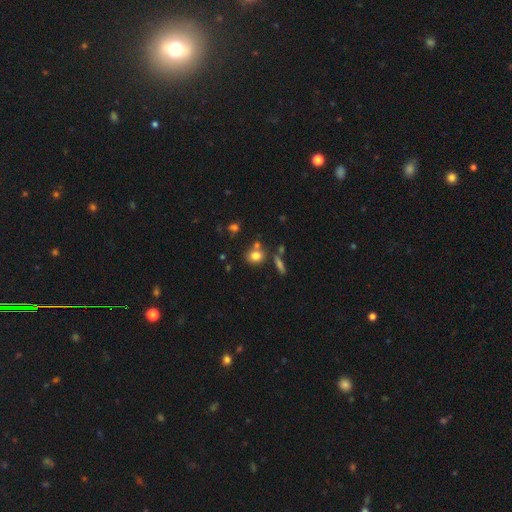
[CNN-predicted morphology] This is likely a smooth galaxy (77%). How rounded: possibly round (60%). Merging: likely none (64%).